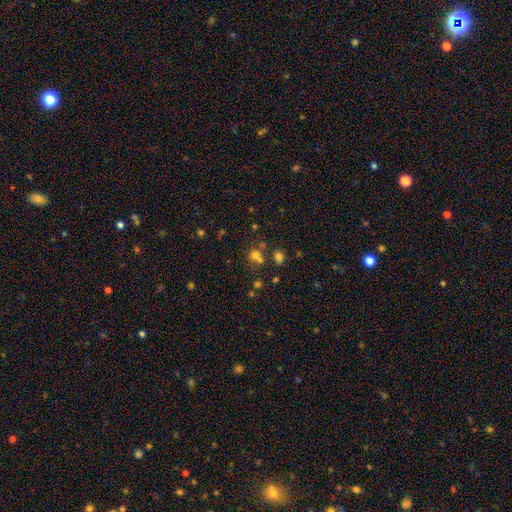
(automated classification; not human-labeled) Smooth or featured?
  - smooth: 61% *
  - star or artifact: 26%
  - featured or disk: 12%
How rounded?
  - round: 78% *
  - in between: 21%
  - cigar-shaped: 1%
Merging?
  - none: 52% *
  - merger: 35%
  - minor disturbance: 9%
  - major disturbance: 5%